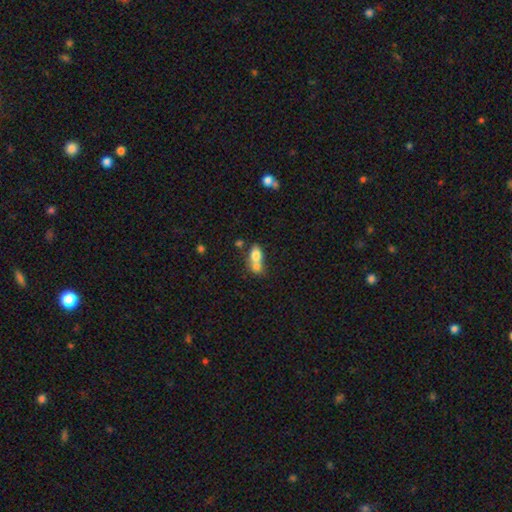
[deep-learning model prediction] smooth 75%, featured or disk 16%, star or artifact 9%. Down the decision tree: how rounded — in between (76%); merging — merger (66%).